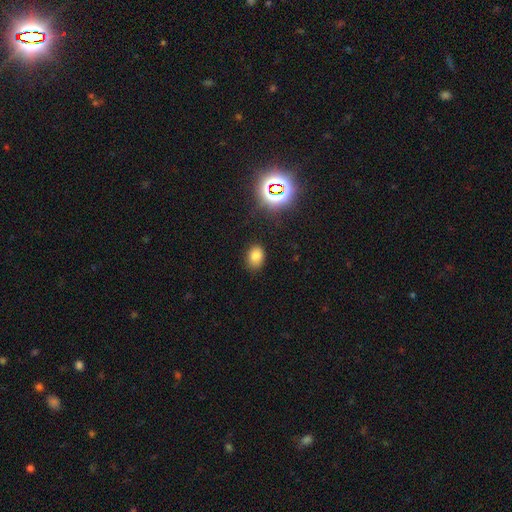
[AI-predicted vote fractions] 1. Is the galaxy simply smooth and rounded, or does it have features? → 76% smooth, 17% star or artifact, 7% featured or disk.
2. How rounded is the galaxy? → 66% in between, 33% round, 1% cigar-shaped.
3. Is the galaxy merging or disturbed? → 83% none, 12% minor disturbance, 3% major disturbance, 2% merger.